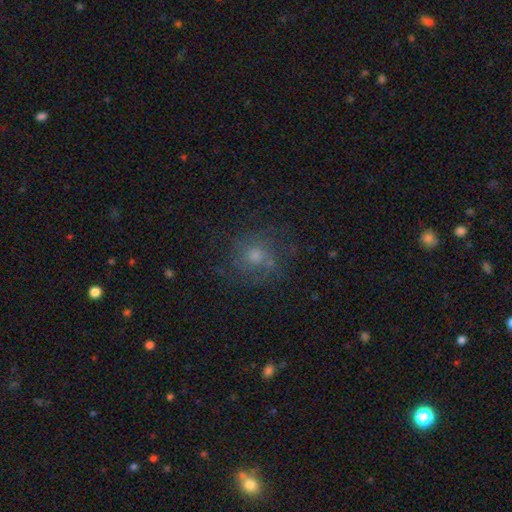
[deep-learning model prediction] smooth 48%, featured or disk 35%, star or artifact 17%. Down the decision tree: merging — none (67%).